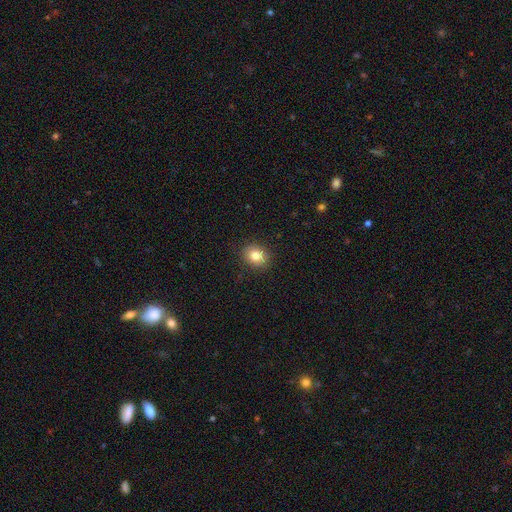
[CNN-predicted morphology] smooth_or_featured: smooth (p=0.82) [alt: star or artifact p=0.10]
how_rounded: round (p=0.55) [alt: in between p=0.44]
merging: none (p=0.89) [alt: minor disturbance p=0.08]